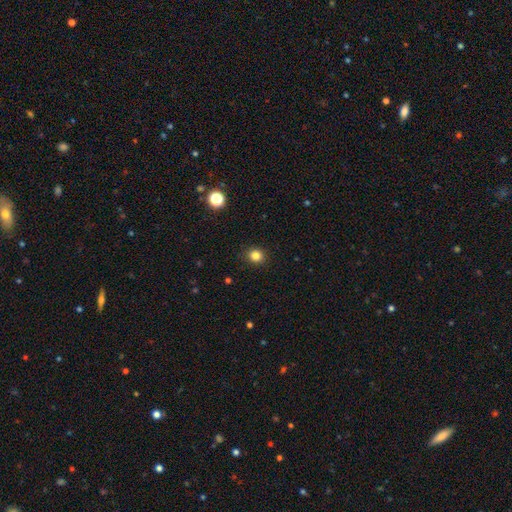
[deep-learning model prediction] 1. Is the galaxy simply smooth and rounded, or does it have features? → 83% smooth, 13% star or artifact, 5% featured or disk.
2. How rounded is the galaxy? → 81% round, 19% in between, 1% cigar-shaped.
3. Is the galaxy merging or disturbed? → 91% none, 6% minor disturbance, 2% major disturbance, 1% merger.